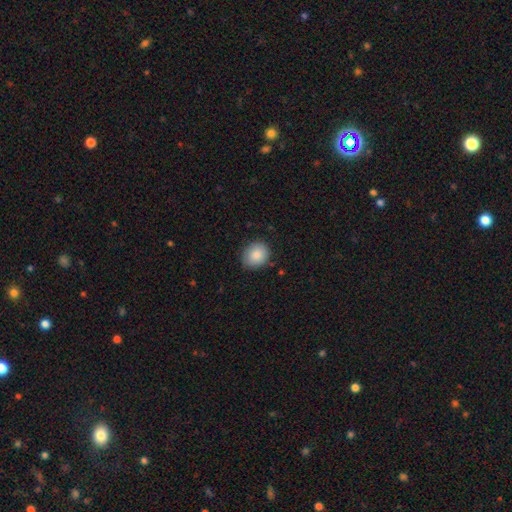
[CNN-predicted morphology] This is clearly a smooth galaxy (87%). How rounded: likely round (70%). Merging: clearly none (84%).